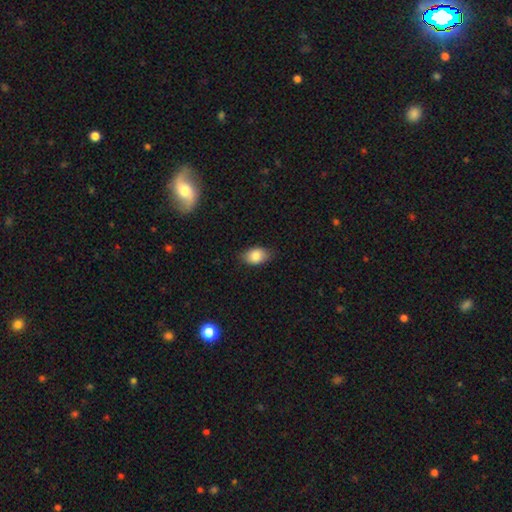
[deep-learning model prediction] smooth_or_featured: smooth (p=0.84) [alt: featured or disk p=0.08]
how_rounded: in between (p=0.83) [alt: round p=0.15]
merging: none (p=0.81) [alt: minor disturbance p=0.15]